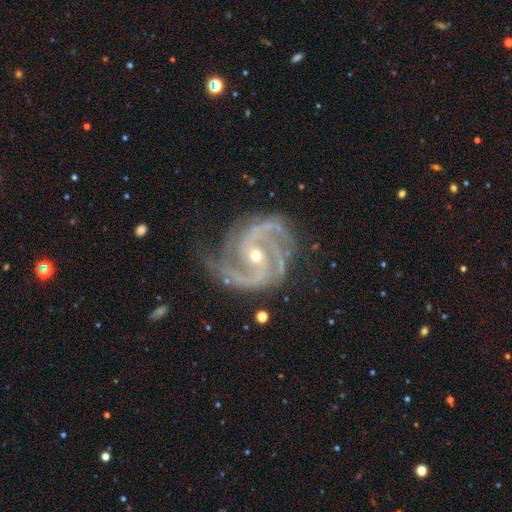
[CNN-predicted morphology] This is clearly a featured or disk galaxy (93%). It is clearly not viewed edge-on (98%). Bar: marginally no (43%). Spiral arm pattern: clearly yes (99%). Spiral arm count: possibly 2 (50%). Spiral winding: possibly medium (50%). Central bulge: possibly small (52%). Merging: likely none (70%).